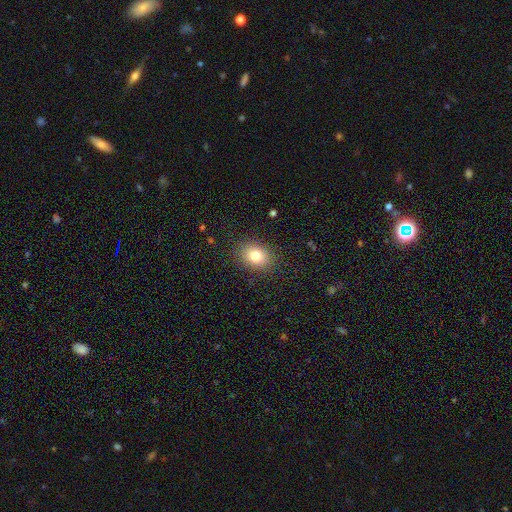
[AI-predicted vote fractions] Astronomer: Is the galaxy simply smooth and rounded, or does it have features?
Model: smooth — 81%.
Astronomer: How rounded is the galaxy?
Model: in between — 54% (runner-up: round, 45%).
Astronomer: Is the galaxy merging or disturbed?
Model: none — 87%.